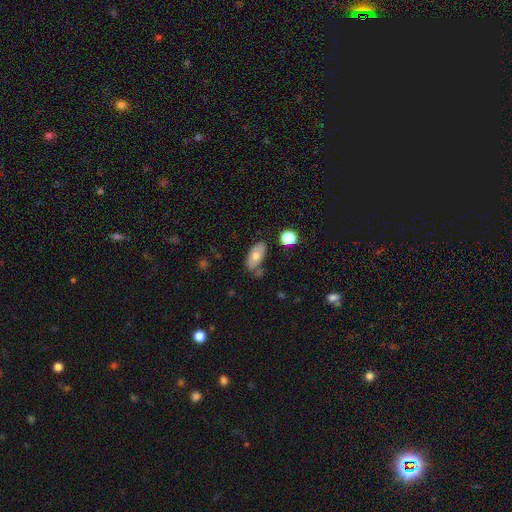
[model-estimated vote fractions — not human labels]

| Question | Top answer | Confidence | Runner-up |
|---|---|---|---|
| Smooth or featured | smooth | 70% | featured or disk (23%) |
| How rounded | in between | 91% | cigar-shaped (5%) |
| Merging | none | 65% | minor disturbance (21%) |